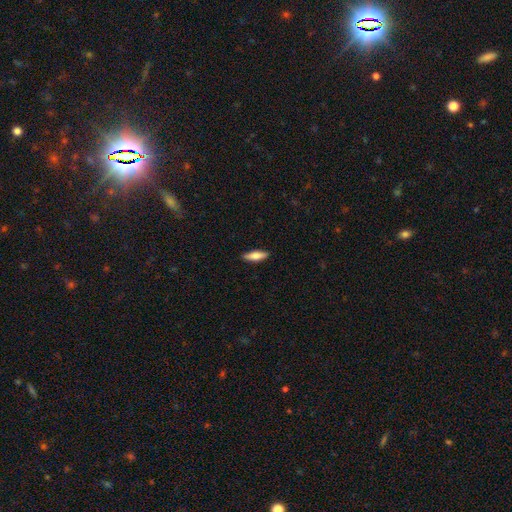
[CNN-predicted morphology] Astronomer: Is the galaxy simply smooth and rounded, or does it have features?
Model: smooth — 77%.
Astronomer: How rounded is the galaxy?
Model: in between — 51% (runner-up: cigar-shaped, 47%).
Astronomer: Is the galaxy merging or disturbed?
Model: none — 89%.